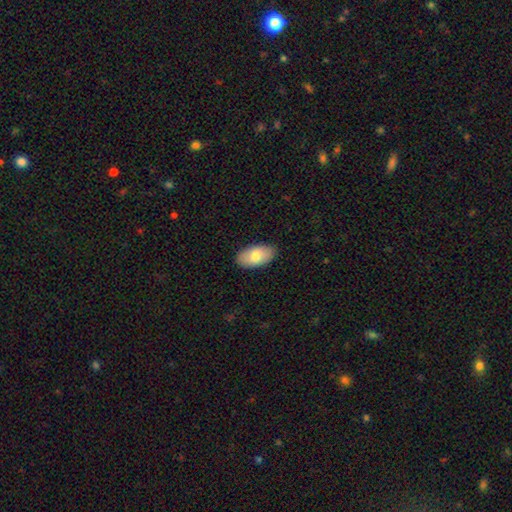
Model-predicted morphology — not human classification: Smooth or featured: smooth — 77% (featured or disk — 17%)
How rounded: in between — 95% (round — 3%)
Merging: none — 88% (minor disturbance — 9%)